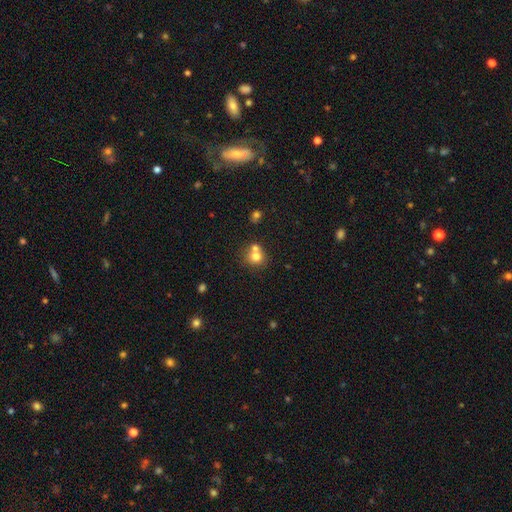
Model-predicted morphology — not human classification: This is likely a smooth galaxy (74%). How rounded: clearly round (82%). Merging: possibly merger (46%).